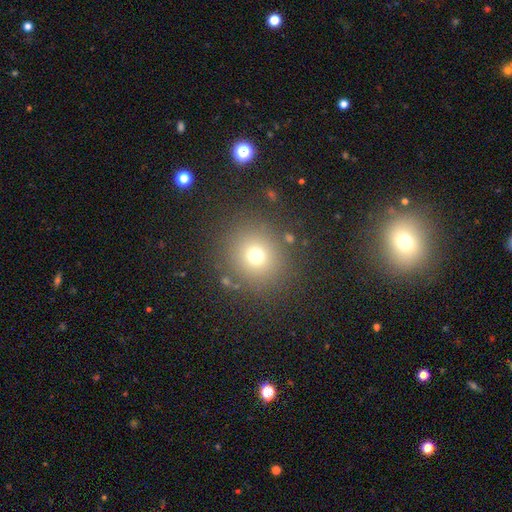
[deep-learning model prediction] Smooth or featured? Predicted: smooth (p=0.71). How rounded? Predicted: round (p=0.89). Merging? Predicted: none (p=0.84).